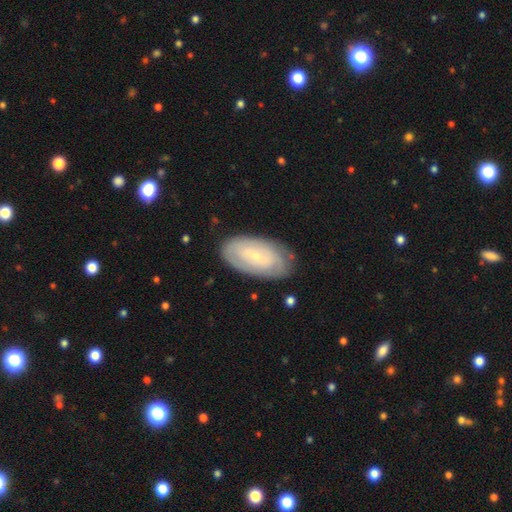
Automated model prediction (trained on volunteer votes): Smooth or featured?
  - featured or disk: 59% *
  - smooth: 34%
  - star or artifact: 7%
Edge-on disk?
  - no: 92% *
  - yes: 8%
Bar?
  - no: 50% *
  - weak: 37%
  - strong: 13%
Spiral arms?
  - yes: 73% *
  - no: 27%
Bulge size?
  - small: 81% *
  - moderate: 14%
  - none: 3%
  - large: 1%
  - dominant: 1%
Merging?
  - none: 79% *
  - minor disturbance: 16%
  - major disturbance: 4%
  - merger: 1%